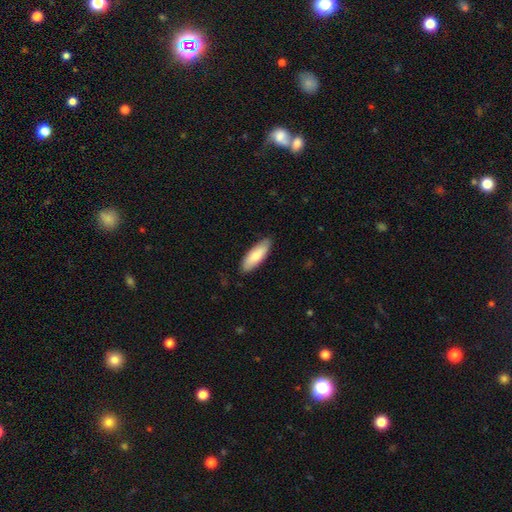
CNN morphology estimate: smooth-or-featured: smooth: 81% | featured or disk: 14% | star or artifact: 5%
  how-rounded: in between: 67% | cigar-shaped: 31% | round: 2%
  merging: none: 86% | minor disturbance: 11% | major disturbance: 2% | merger: 1%